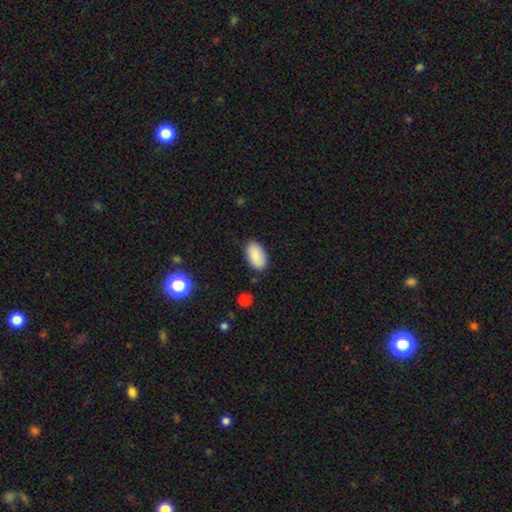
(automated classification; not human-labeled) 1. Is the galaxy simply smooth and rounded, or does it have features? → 88% smooth, 7% star or artifact, 5% featured or disk.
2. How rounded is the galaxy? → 95% in between, 4% round, 2% cigar-shaped.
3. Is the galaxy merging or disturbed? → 85% none, 11% minor disturbance, 2% major disturbance, 1% merger.